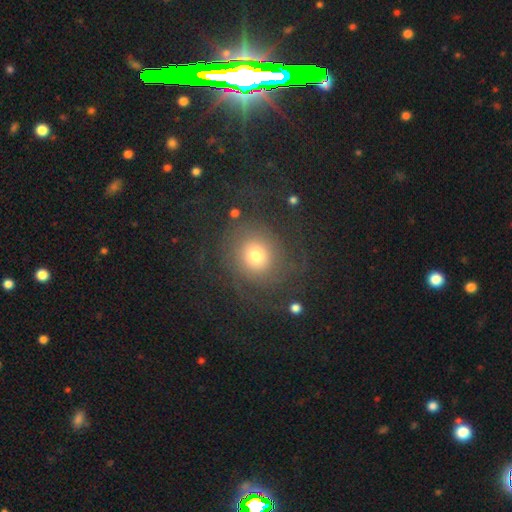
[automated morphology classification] A featured or disk galaxy (54%) with no bar (85%), spiral arms (78%) and a moderate central bulge (55%).

Vote fractions:
- Smooth or featured? featured or disk: 54% / smooth: 32% / star or artifact: 14%
- Edge-on disk? no: 97% / yes: 3%
- Bar? no: 85% / weak: 12% / strong: 3%
- Spiral arms? yes: 78% / no: 22%
- Bulge size? moderate: 55% / small: 26% / large: 14% / dominant: 3% / none: 2%
- Merging? none: 69% / major disturbance: 16% / minor disturbance: 13% / merger: 2%